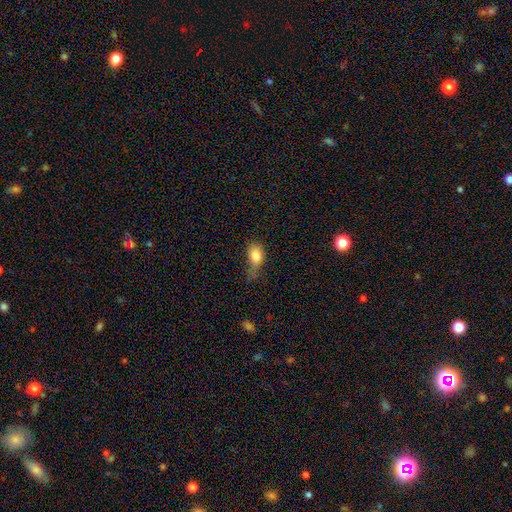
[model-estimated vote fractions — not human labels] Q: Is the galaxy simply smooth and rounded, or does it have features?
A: smooth — 81%.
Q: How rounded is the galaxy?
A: in between — 74%.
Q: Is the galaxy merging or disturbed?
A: minor disturbance — 35%.